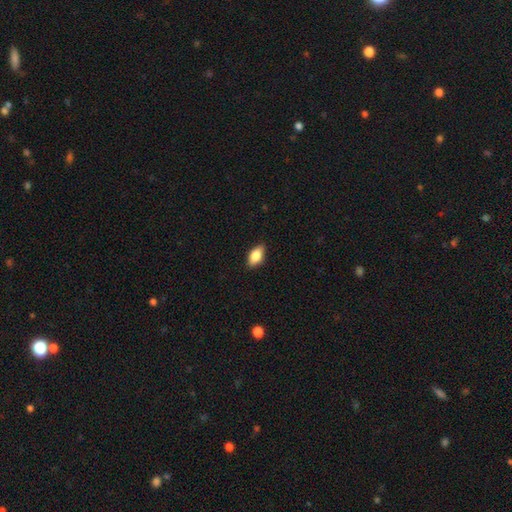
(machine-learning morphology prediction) type=smooth (82%); roundness=in between (89%); merging=none (85%).